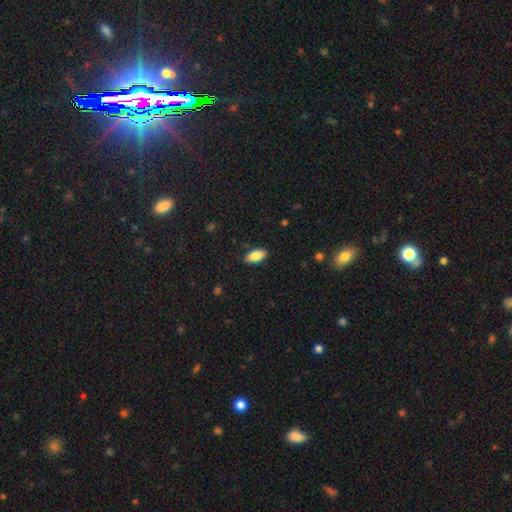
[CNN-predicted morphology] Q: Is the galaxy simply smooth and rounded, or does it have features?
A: smooth — 82%.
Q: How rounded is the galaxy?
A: in between — 89%.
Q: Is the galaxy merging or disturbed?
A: none — 87%.